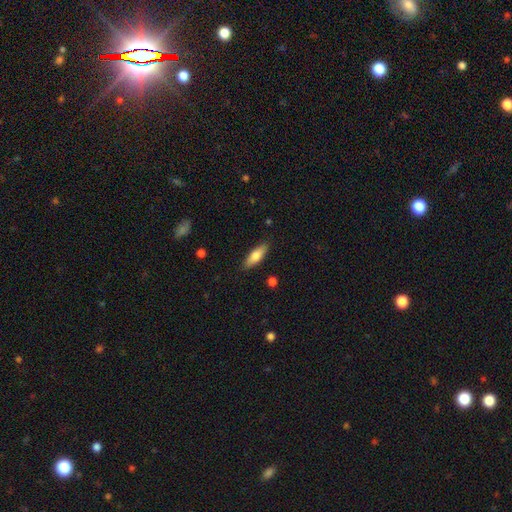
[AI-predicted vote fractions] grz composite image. It shows a smooth galaxy with no disk features (75%) that is in between round and cigar-shaped (55%). Merging: none (86%).